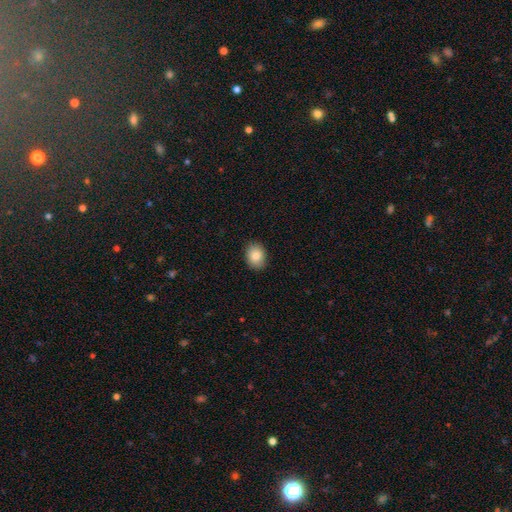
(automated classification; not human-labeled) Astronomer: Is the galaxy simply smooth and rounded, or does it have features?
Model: smooth — 86%.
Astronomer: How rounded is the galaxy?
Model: in between — 54% (runner-up: round, 45%).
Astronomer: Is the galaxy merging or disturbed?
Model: none — 88%.